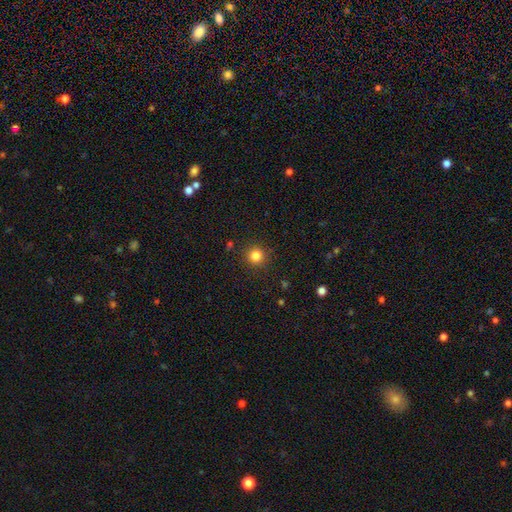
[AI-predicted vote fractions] smooth 83%, star or artifact 13%, featured or disk 5%. Down the decision tree: how rounded — round (95%); merging — none (90%).